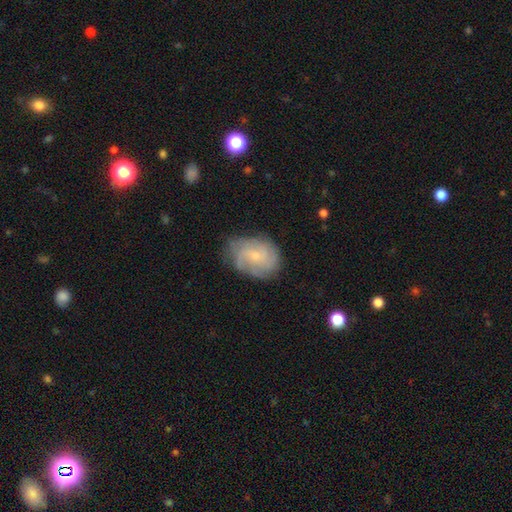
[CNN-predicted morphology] Smooth or featured? featured or disk (65%)
Edge-on disk? no (97%)
Bar? no (63%)
Spiral arms? yes (89%)
Spiral winding? tight (45%)
Spiral arm count? can't tell (38%)
Bulge size? small (72%)
Merging? none (68%)